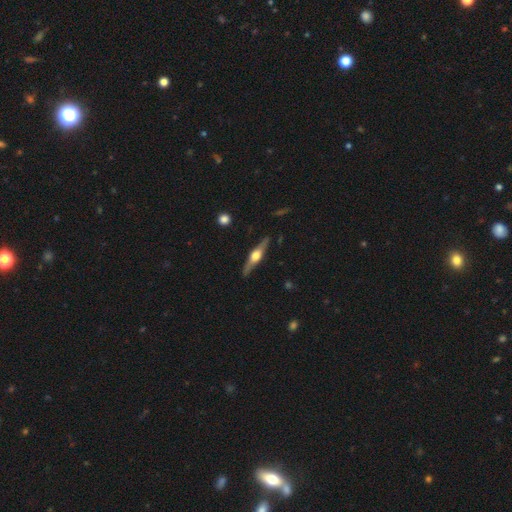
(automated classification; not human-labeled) This appears to be a featured or disk galaxy (75%) viewed edge-on (97%) with a rounded central bulge (93%). Merging: none (88%).